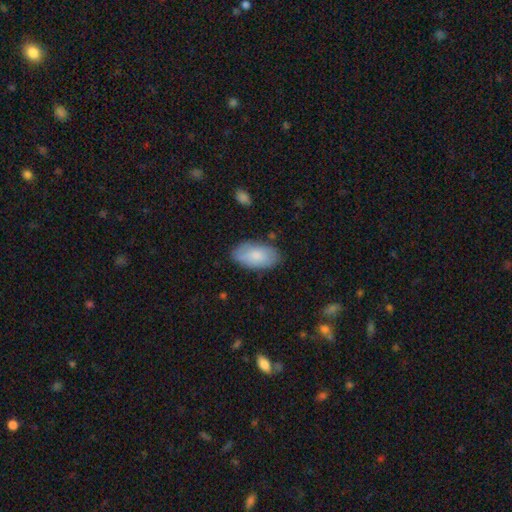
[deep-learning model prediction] Smooth or featured?
  - smooth: 73% *
  - featured or disk: 21%
  - star or artifact: 6%
How rounded?
  - in between: 95% *
  - round: 3%
  - cigar-shaped: 2%
Merging?
  - none: 78% *
  - minor disturbance: 17%
  - major disturbance: 3%
  - merger: 2%